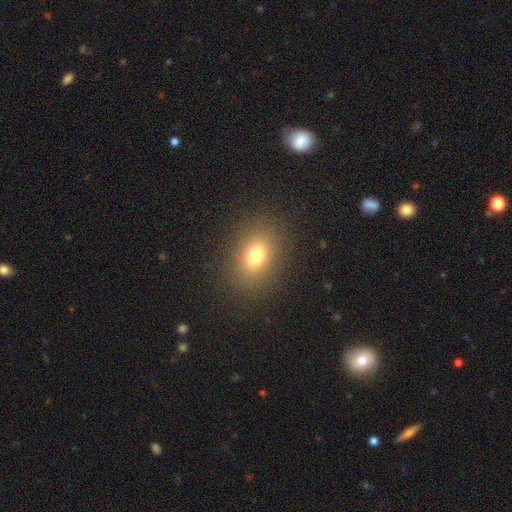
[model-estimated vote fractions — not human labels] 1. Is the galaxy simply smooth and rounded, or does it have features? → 75% smooth, 14% star or artifact, 11% featured or disk.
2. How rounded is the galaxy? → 69% in between, 30% round, 2% cigar-shaped.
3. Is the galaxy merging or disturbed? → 87% none, 8% minor disturbance, 4% major disturbance, 1% merger.